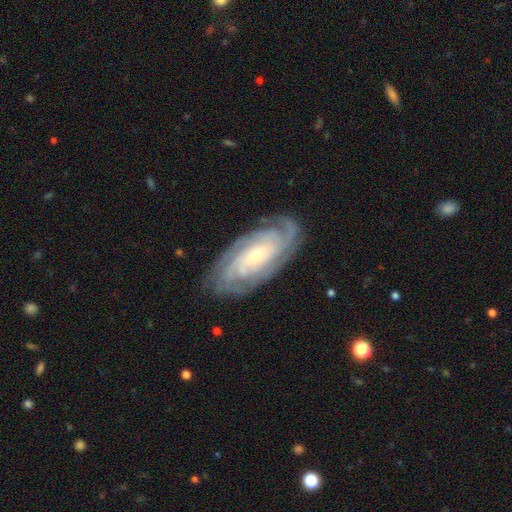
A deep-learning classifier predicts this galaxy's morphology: The model was most divided on "spiral arm count": 4: 33%, can't tell: 22%, 3: 19%, more than 4: 11%, 2: 10%, 1: 6%. More confident: spiral arms — yes (98%); edge-on disk — no (95%); smooth or featured — featured or disk (88%); merging — none (81%); spiral winding — tight (75%); bulge size — small (74%); bar — no (67%).